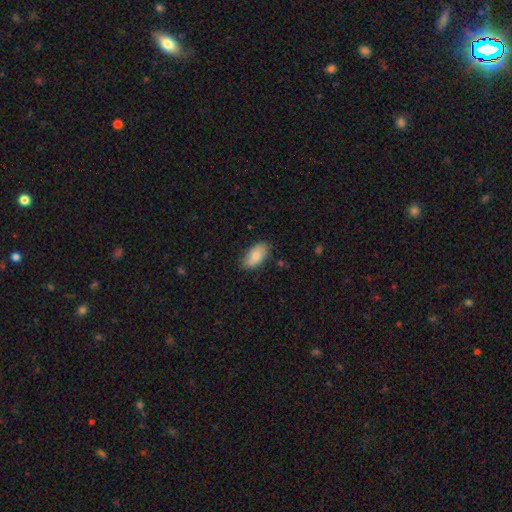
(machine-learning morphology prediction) Overall: smooth (79%). How rounded: in between (93%). Merging: none (80%).